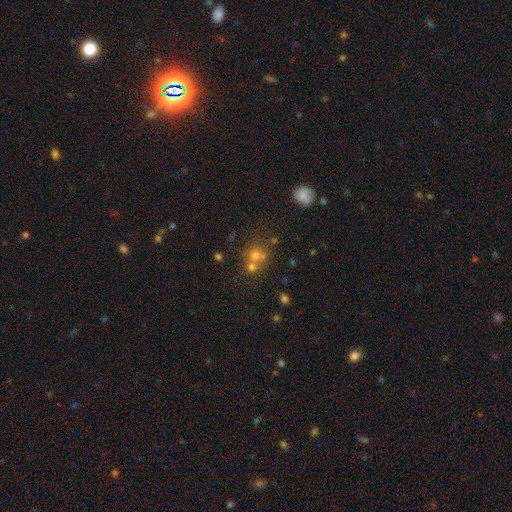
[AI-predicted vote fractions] smooth 58%, star or artifact 23%, featured or disk 19%. Down the decision tree: how rounded — round (81%); merging — none (45%).